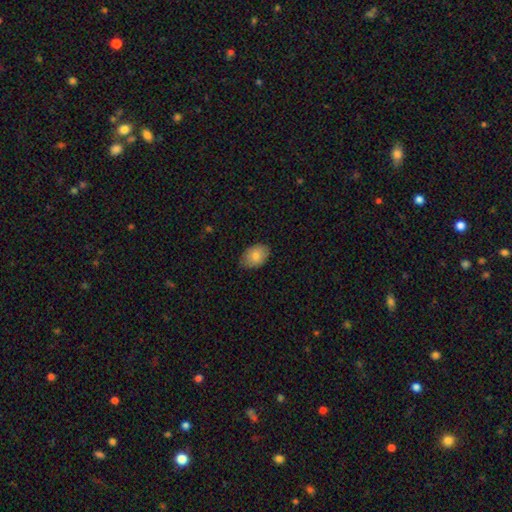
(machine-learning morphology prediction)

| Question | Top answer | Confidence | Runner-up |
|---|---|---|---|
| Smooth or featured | smooth | 80% | featured or disk (12%) |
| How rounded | in between | 85% | round (14%) |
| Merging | none | 79% | minor disturbance (17%) |